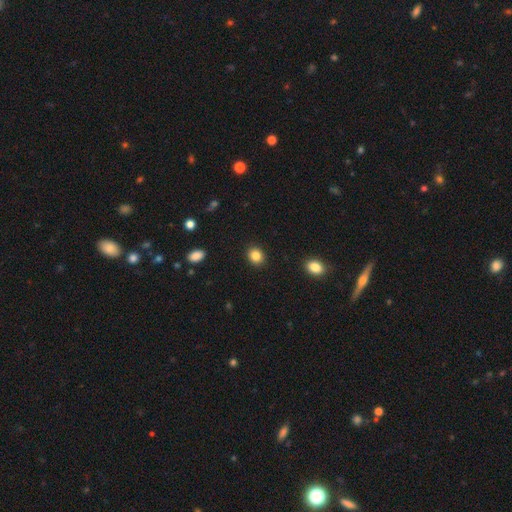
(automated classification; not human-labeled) smooth_or_featured: smooth (p=0.85) [alt: star or artifact p=0.10]
how_rounded: round (p=0.69) [alt: in between p=0.30]
merging: none (p=0.91) [alt: minor disturbance p=0.06]